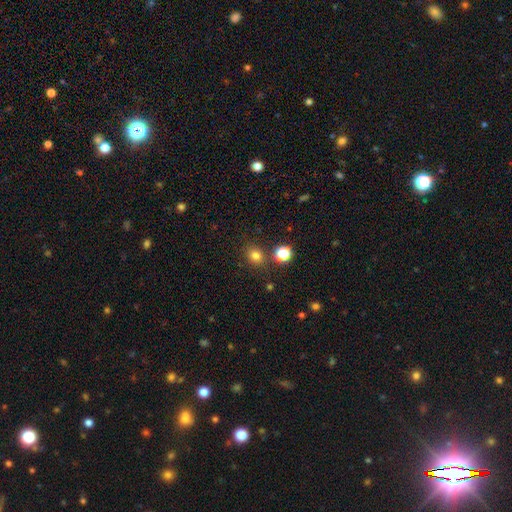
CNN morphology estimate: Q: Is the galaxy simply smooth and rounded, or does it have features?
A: smooth — 78%.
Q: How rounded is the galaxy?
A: round — 68%.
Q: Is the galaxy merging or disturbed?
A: none — 81%.